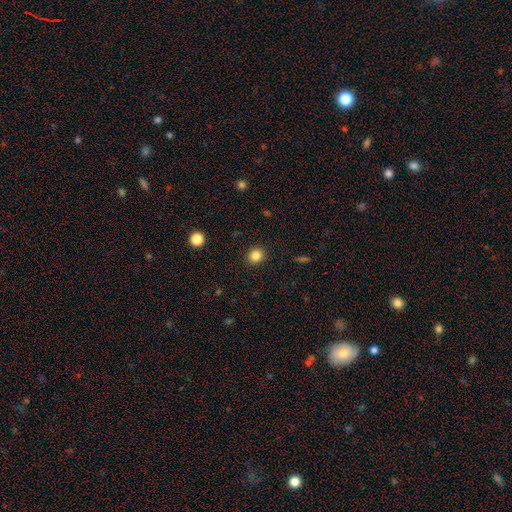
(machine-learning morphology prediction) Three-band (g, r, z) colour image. It shows a smooth galaxy with no disk features (84%) that is round (83%). Merging: none (91%).